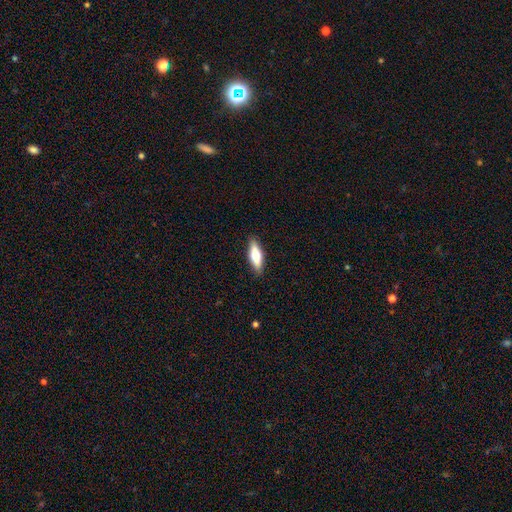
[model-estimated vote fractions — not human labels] Morphology: type=smooth (60%); roundness=cigar-shaped (50%); merging=none (89%).